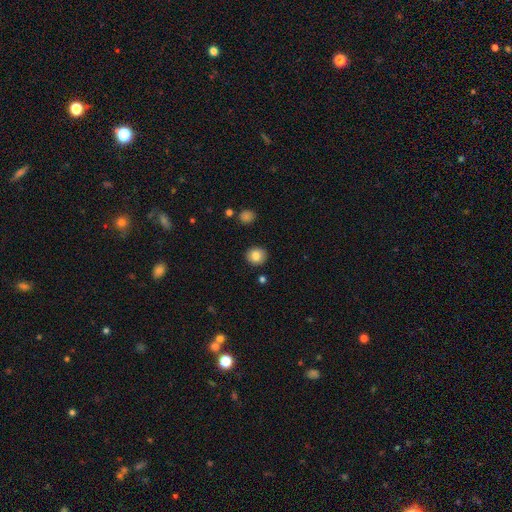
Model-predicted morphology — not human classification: Smooth or featured? smooth (84%)
How rounded? round (86%)
Merging? none (89%)